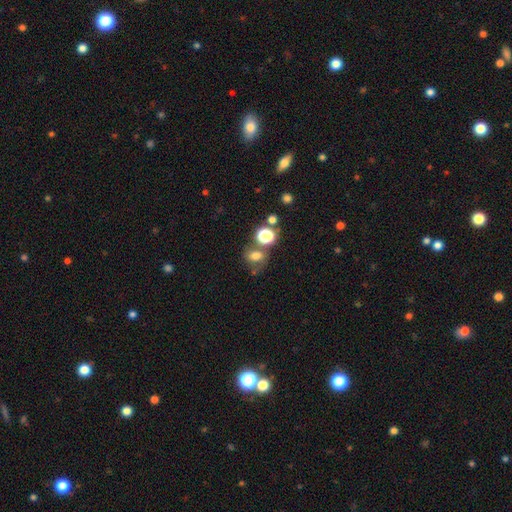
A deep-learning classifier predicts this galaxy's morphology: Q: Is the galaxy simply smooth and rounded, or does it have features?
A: smooth — 70%.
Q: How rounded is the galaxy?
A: in between — 49%, tied with round.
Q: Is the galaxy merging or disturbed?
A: none — 54%.